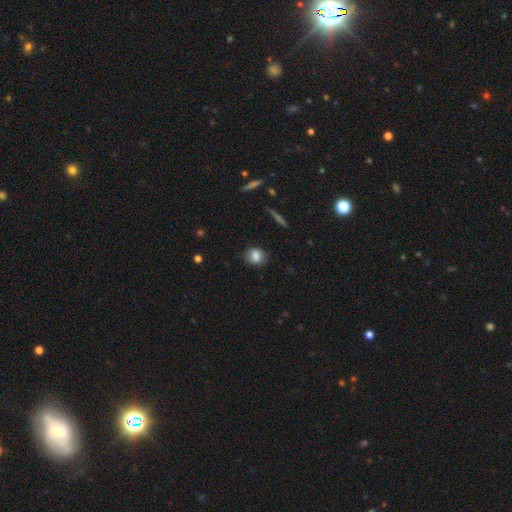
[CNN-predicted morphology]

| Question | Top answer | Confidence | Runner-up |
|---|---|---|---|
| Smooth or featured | smooth | 81% | featured or disk (10%) |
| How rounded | round | 65% | in between (33%) |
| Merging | none | 82% | minor disturbance (14%) |